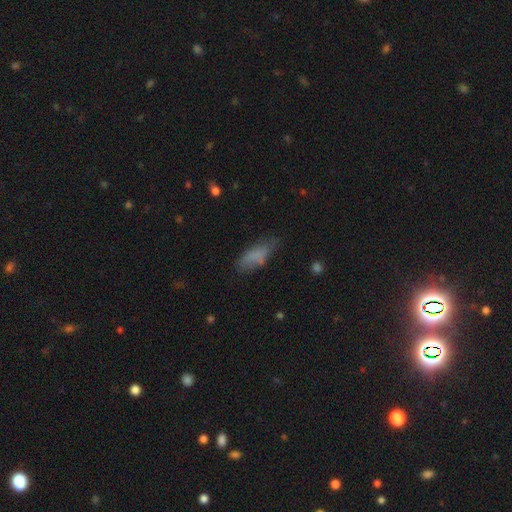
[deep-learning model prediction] A smooth galaxy with no disk features (78%) that is in between round and cigar-shaped (68%). Merging: none (59%).